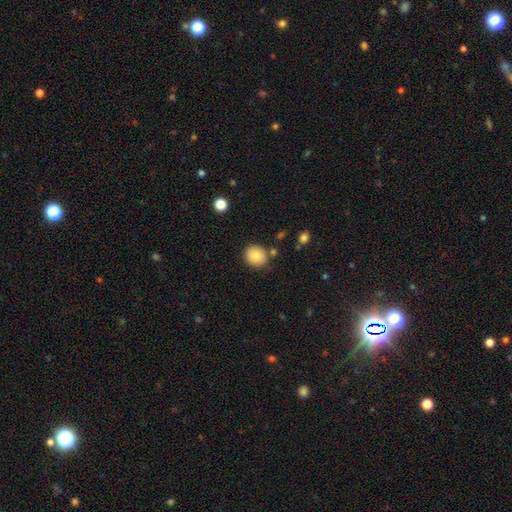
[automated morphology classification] A smooth galaxy with no disk features (83%) that is round (80%).

Vote fractions:
- Smooth or featured? smooth: 83% / star or artifact: 9% / featured or disk: 8%
- How rounded? round: 80% / in between: 20% / cigar-shaped: 1%
- Merging? none: 82% / minor disturbance: 10% / merger: 5% / major disturbance: 3%